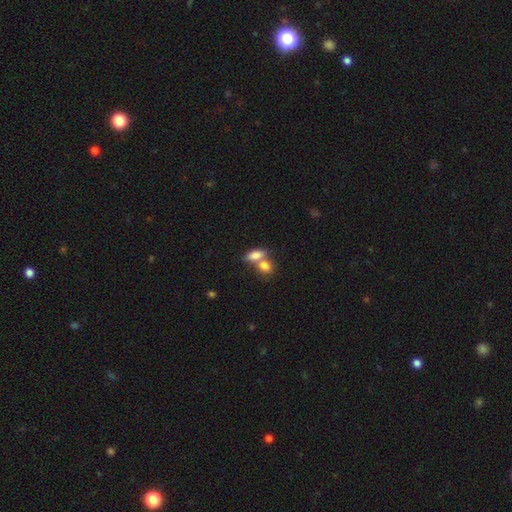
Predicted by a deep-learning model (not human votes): smooth-or-featured: smooth: 81% | featured or disk: 11% | star or artifact: 8%
  how-rounded: in between: 80% | round: 12% | cigar-shaped: 9%
  merging: merger: 55% | none: 33% | minor disturbance: 8% | major disturbance: 4%